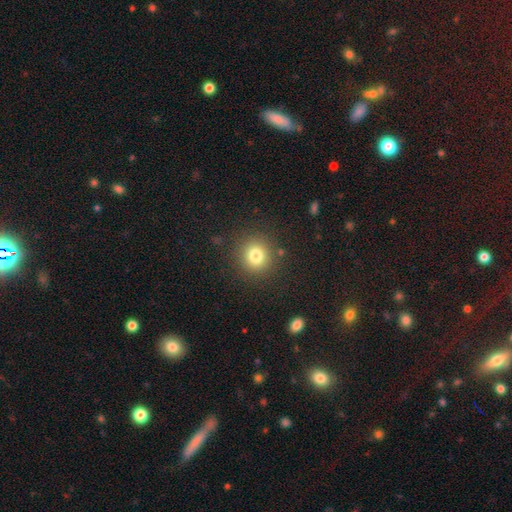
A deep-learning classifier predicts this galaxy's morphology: Smooth or featured? smooth (79%)
How rounded? round (91%)
Merging? none (88%)